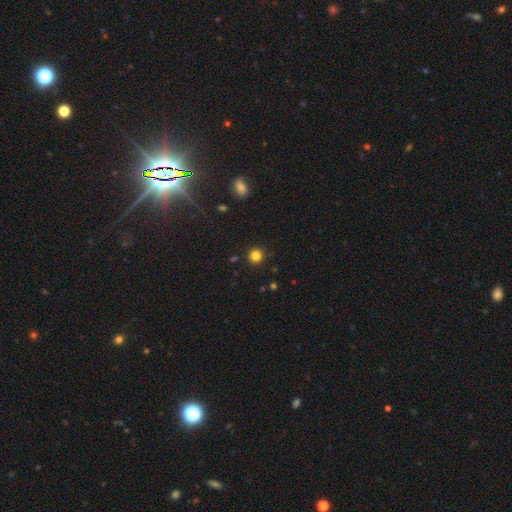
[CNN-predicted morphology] The model was most divided on "smooth or featured": smooth: 83%, star or artifact: 13%, featured or disk: 4%. More confident: how rounded — round (94%); merging — none (91%).